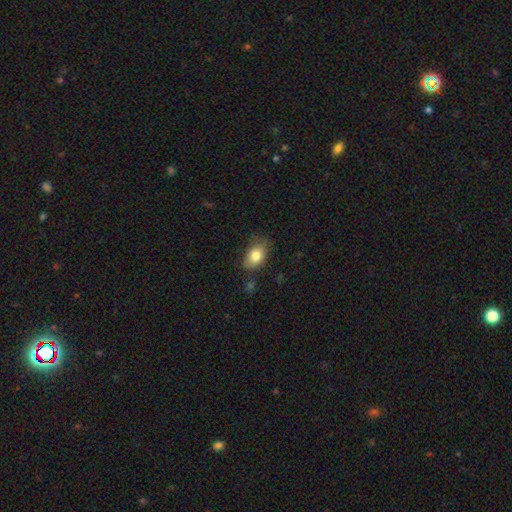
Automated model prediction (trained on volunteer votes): This appears to be a smooth galaxy with no disk features (81%) that is in between round and cigar-shaped (86%). Merging: none (71%).